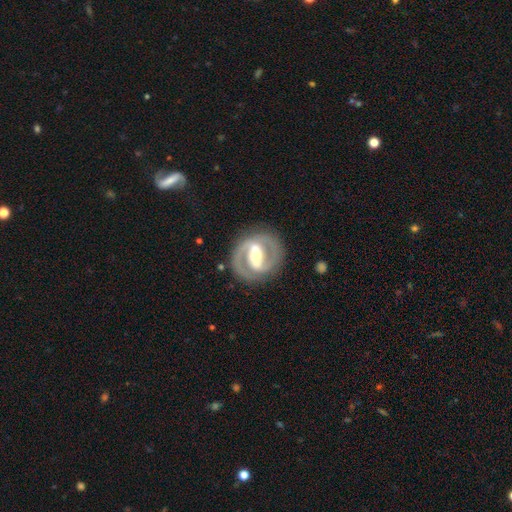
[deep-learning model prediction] Smooth or featured? featured or disk (84%)
Edge-on disk? no (96%)
Bar? strong (66%)
Spiral arms? yes (81%)
Spiral winding? medium (46%)
Spiral arm count? 2 (87%)
Bulge size? moderate (64%)
Merging? none (84%)